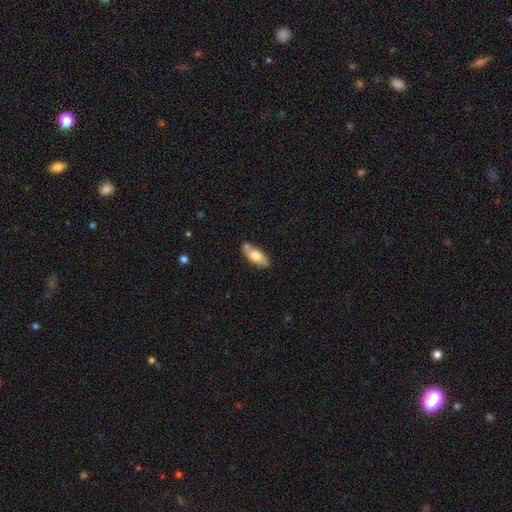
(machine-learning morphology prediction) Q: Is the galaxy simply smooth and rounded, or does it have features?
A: smooth — 66%.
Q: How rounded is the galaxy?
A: in between — 83%.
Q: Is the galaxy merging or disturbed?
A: none — 68%.